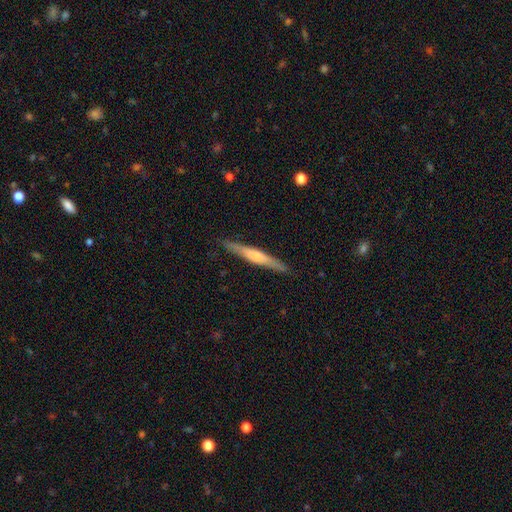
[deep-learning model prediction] Smooth or featured? Predicted: featured or disk (p=0.57). Edge-on disk? Predicted: yes (p=0.96). Edge-on bulge? Predicted: rounded (p=0.61). Merging? Predicted: none (p=0.89).